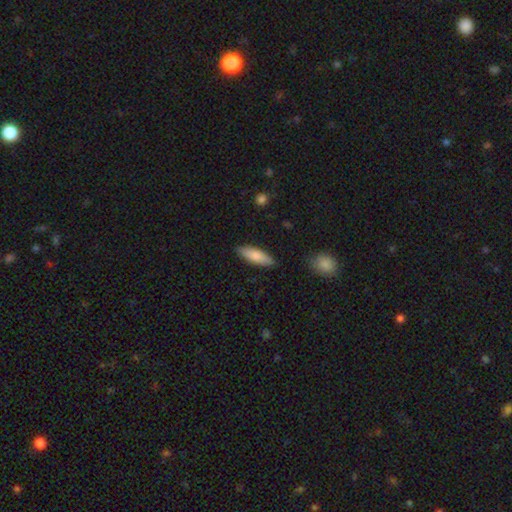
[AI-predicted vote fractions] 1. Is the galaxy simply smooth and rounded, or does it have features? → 81% smooth, 14% featured or disk, 6% star or artifact.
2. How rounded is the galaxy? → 56% in between, 42% cigar-shaped, 2% round.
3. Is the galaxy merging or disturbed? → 87% none, 10% minor disturbance, 2% major disturbance, 1% merger.